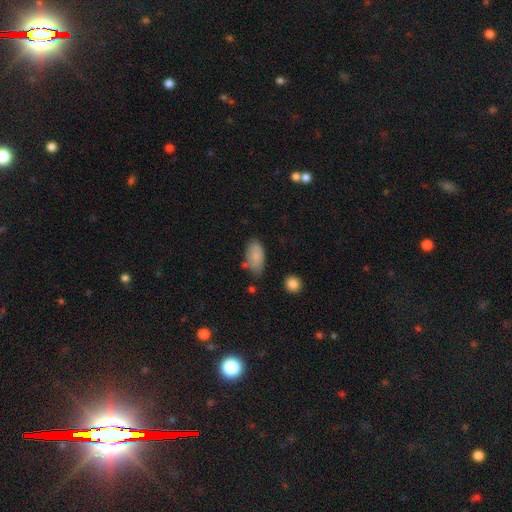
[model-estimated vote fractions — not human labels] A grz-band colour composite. It shows a smooth galaxy with no disk features (78%) that is in between round and cigar-shaped (93%). Merging: none (57%).